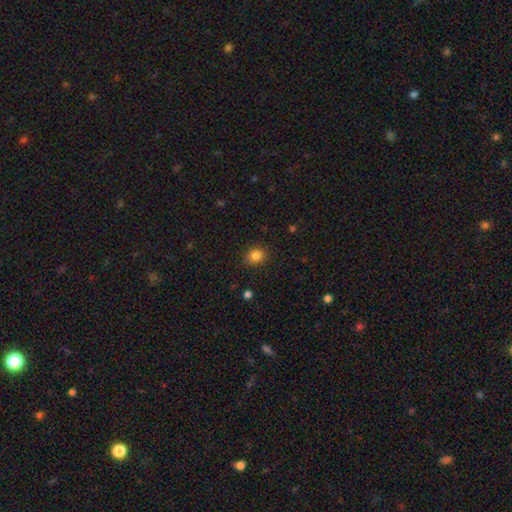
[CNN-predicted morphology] The model was most divided on "how rounded": round: 65%, in between: 34%, cigar-shaped: 1%. More confident: merging — none (86%); smooth or featured — smooth (85%).